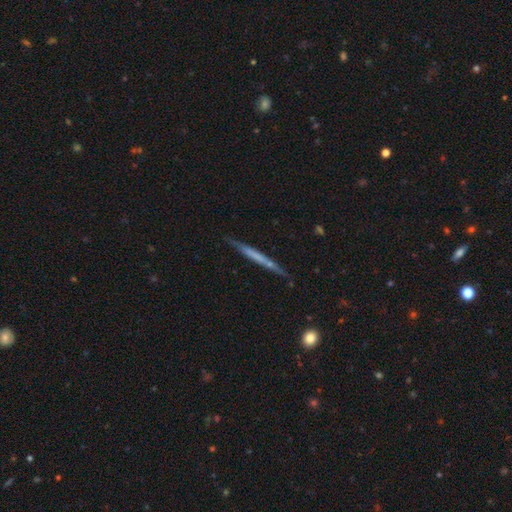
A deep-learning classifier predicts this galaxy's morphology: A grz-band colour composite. It shows a featured or disk galaxy (53%) viewed edge-on (95%) with no central bulge (82%). Merging: none (82%).